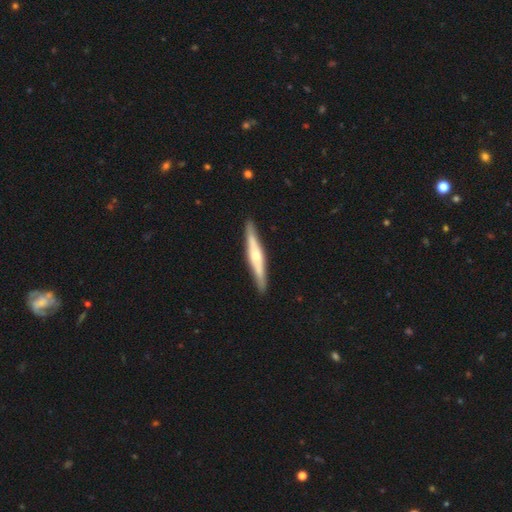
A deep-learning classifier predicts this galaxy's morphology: smooth-or-featured: featured or disk: 64% | smooth: 31% | star or artifact: 5%
  disk-edge-on: yes: 94% | no: 6%
    edge-on-bulge: rounded: 79% | none: 12% | boxy: 9%
  merging: none: 90% | minor disturbance: 8% | major disturbance: 2% | merger: 1%